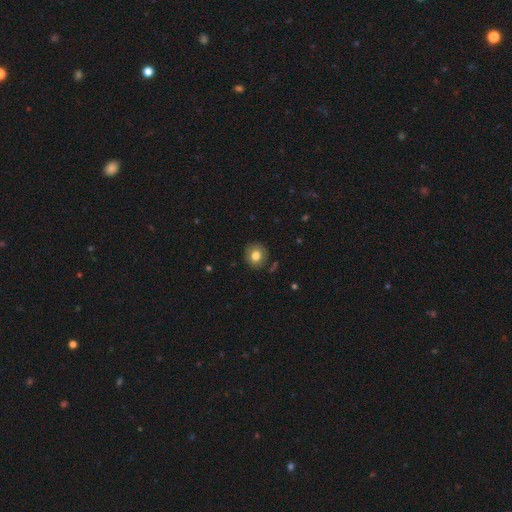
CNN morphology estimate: Smooth or featured? smooth (78%)
How rounded? round (82%)
Merging? none (86%)